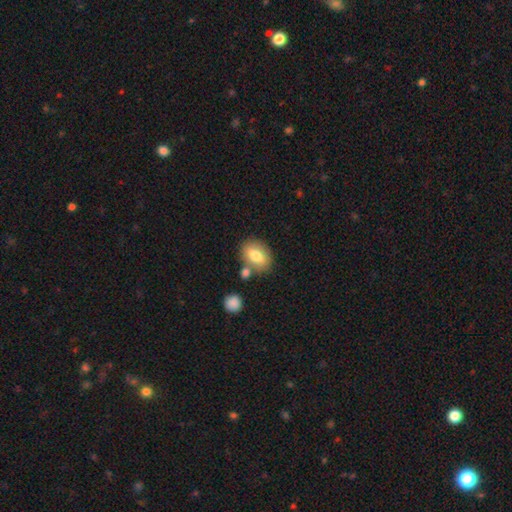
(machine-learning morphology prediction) Smooth or featured? smooth (76%)
How rounded? in between (78%)
Merging? none (69%)